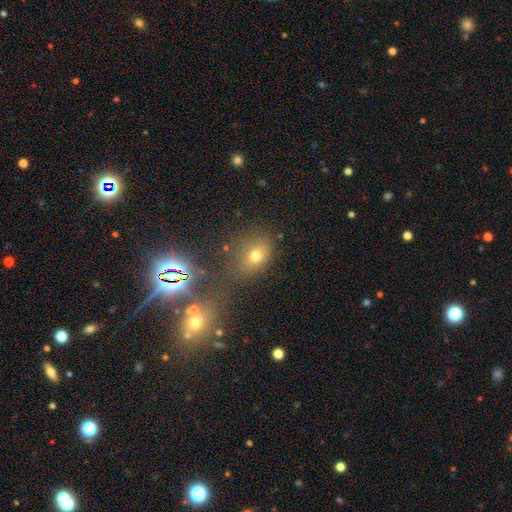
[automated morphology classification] A smooth galaxy with no disk features (64%) that is in between round and cigar-shaped (57%).

Vote fractions:
- Smooth or featured? smooth: 64% / star or artifact: 24% / featured or disk: 12%
- How rounded? in between: 57% / round: 41% / cigar-shaped: 2%
- Merging? none: 65% / minor disturbance: 16% / merger: 11% / major disturbance: 9%